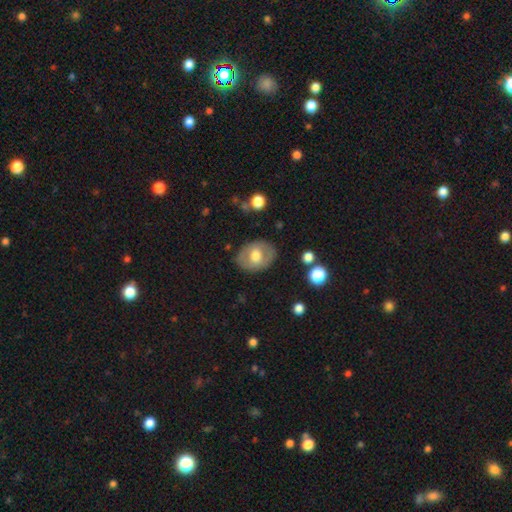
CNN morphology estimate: This is possibly a smooth galaxy (56%). How rounded: likely in between (65%). Merging: likely none (80%).